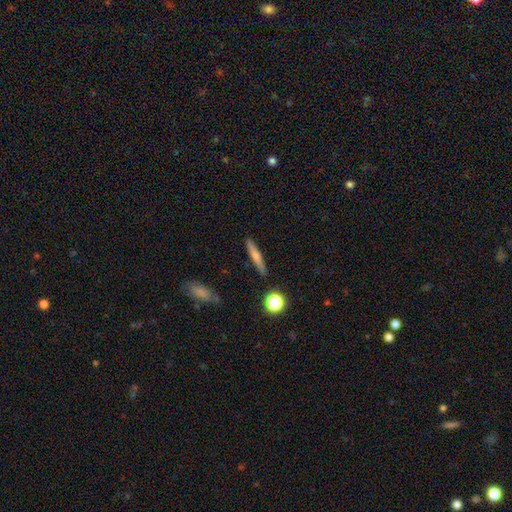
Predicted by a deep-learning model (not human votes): smooth_or_featured: smooth (p=0.60) [alt: featured or disk p=0.32]
how_rounded: cigar-shaped (p=0.89) [alt: in between p=0.08]
merging: none (p=0.88) [alt: minor disturbance p=0.08]